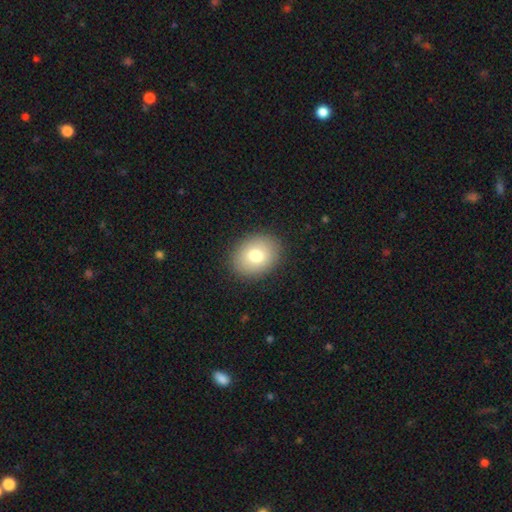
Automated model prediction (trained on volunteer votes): Q: Smooth or featured?
A: smooth (77%); runner-up: featured or disk (13%)
Q: How rounded?
A: in between (57%); runner-up: round (42%)
Q: Merging?
A: none (89%); runner-up: minor disturbance (8%)